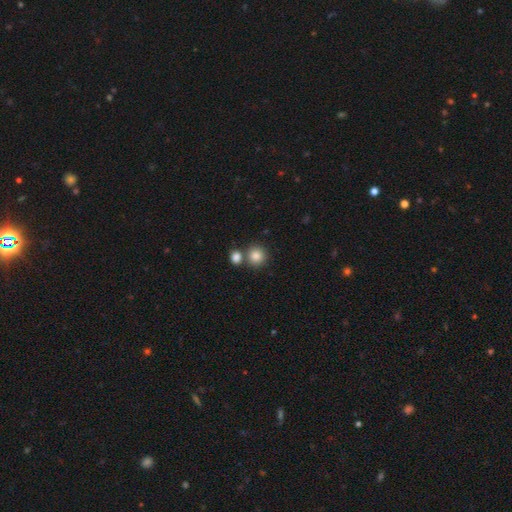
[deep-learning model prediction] smooth_or_featured: smooth (p=0.85) [alt: star or artifact p=0.09]
how_rounded: round (p=0.89) [alt: in between p=0.10]
merging: none (p=0.66) [alt: merger p=0.24]